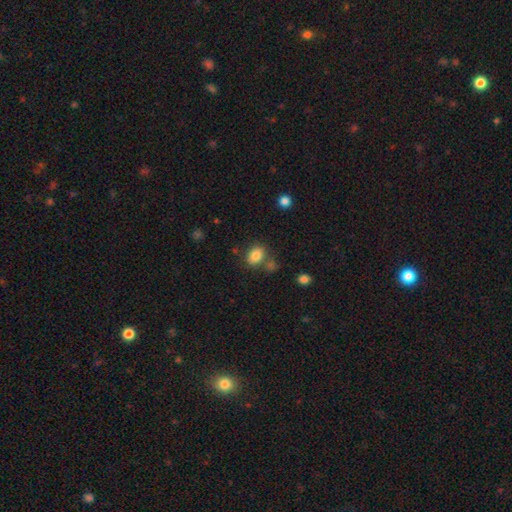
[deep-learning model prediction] smooth-or-featured: smooth: 83% | star or artifact: 10% | featured or disk: 7%
  how-rounded: in between: 73% | round: 26% | cigar-shaped: 1%
  merging: none: 67% | merger: 14% | minor disturbance: 14% | major disturbance: 5%